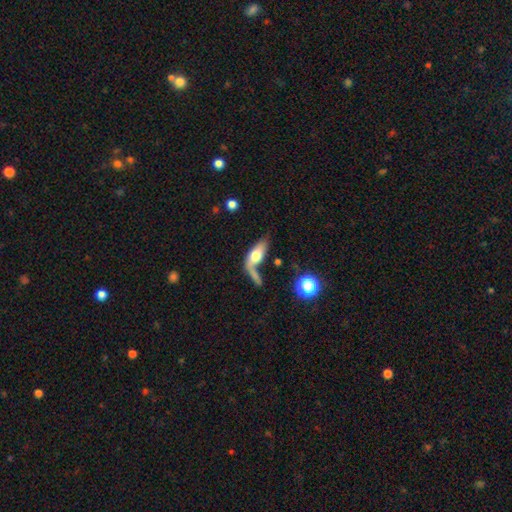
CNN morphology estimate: smooth_or_featured: smooth (p=0.58) [alt: featured or disk p=0.34]
how_rounded: in between (p=0.73) [alt: cigar-shaped p=0.20]
merging: merger (p=0.35) [alt: none p=0.27]